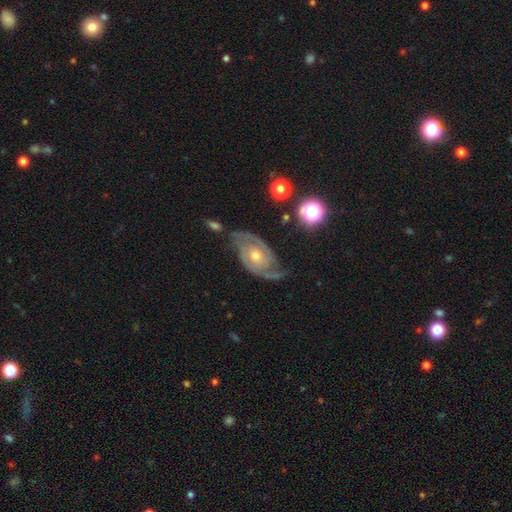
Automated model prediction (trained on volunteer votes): featured or disk 88%, smooth 6%, star or artifact 6%. Down the decision tree: edge-on disk — no (96%); bar — no (70%); spiral arms — yes (97%); spiral arm count — 2 (85%); spiral winding — tight (51%); bulge size — moderate (60%); merging — none (67%).